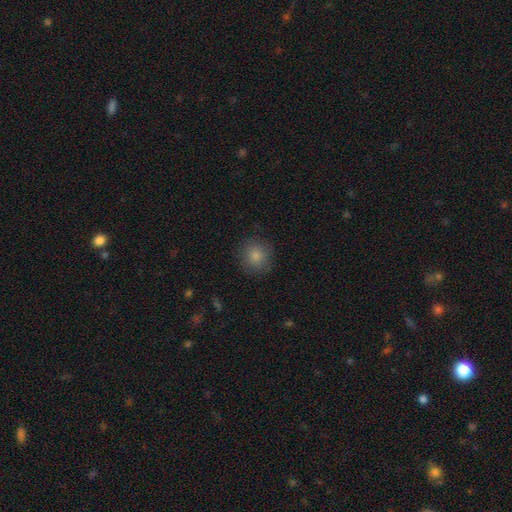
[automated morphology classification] This appears to be a smooth galaxy with no disk features (83%) that is round (89%). Merging: none (86%).